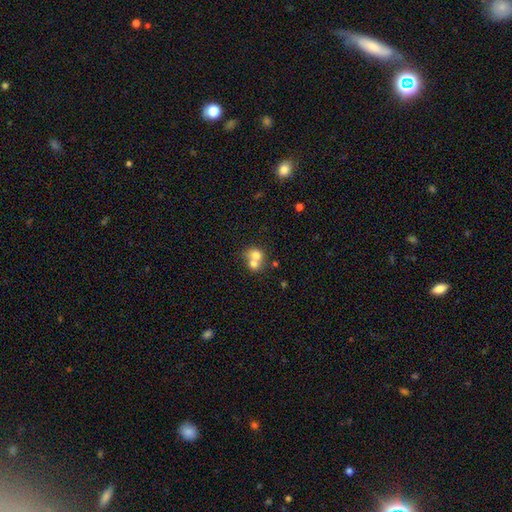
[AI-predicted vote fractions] A smooth galaxy with no disk features (69%) that is round (70%). Merging: merger (66%).